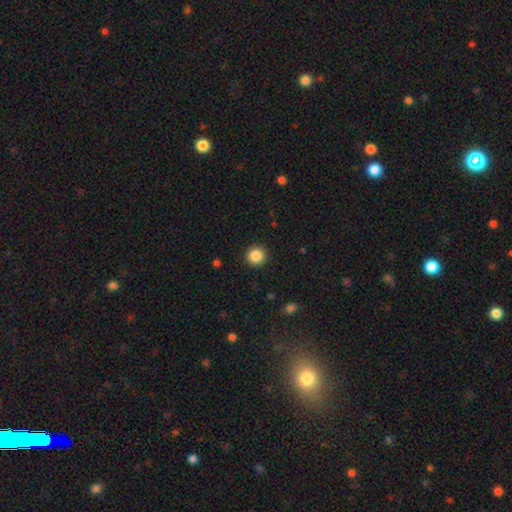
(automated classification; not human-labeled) Morphology: type=smooth (87%); roundness=round (95%); merging=none (92%).